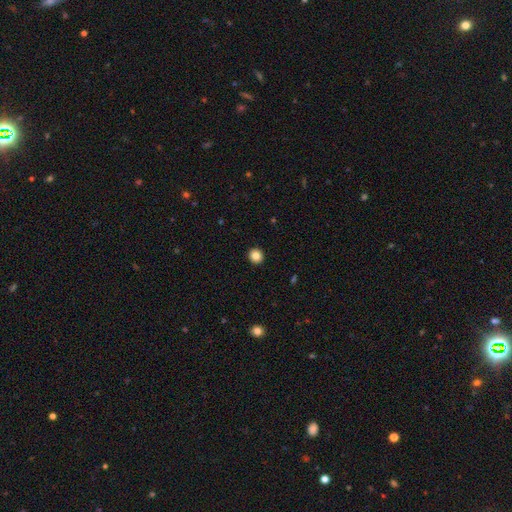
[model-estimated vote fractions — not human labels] Smooth or featured: smooth — 84% (star or artifact — 11%)
How rounded: round — 93% (in between — 6%)
Merging: none — 93% (minor disturbance — 4%)